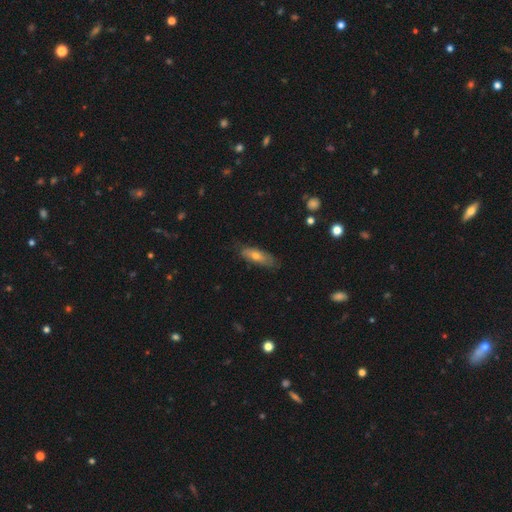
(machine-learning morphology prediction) Smooth or featured?
  - smooth: 60% *
  - featured or disk: 33%
  - star or artifact: 7%
How rounded?
  - in between: 53% *
  - cigar-shaped: 44%
  - round: 3%
Merging?
  - none: 76% *
  - minor disturbance: 19%
  - major disturbance: 4%
  - merger: 1%